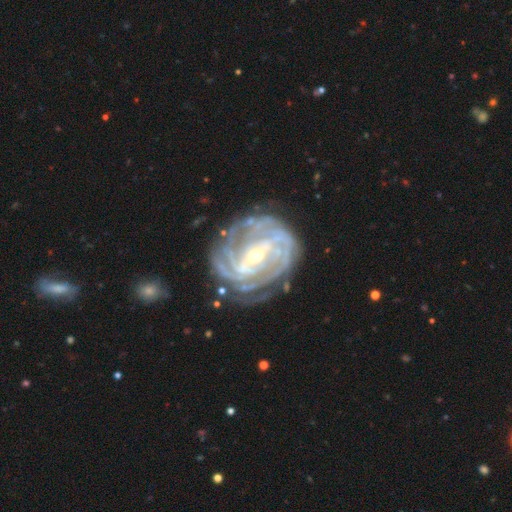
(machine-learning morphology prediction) type=featured or disk (91%); edge-on=no (97%); bar=strong (44%); spiral arms=yes (97%); winding=tight (73%); arm count=4 (25%); bulge=small (56%); merging=none (73%).